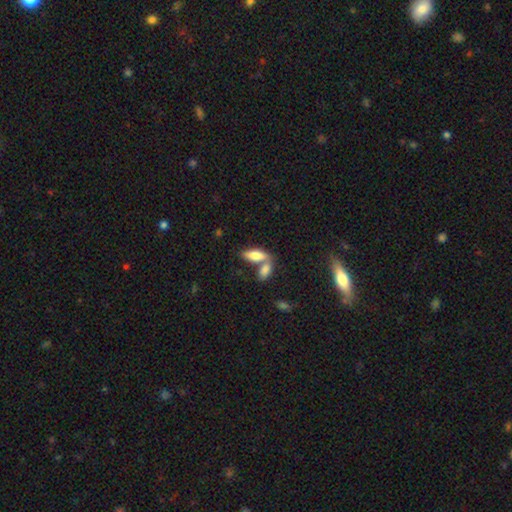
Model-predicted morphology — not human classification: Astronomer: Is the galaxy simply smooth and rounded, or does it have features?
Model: smooth — 79%.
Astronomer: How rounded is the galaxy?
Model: in between — 76%.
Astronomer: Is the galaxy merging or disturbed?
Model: merger — 53% (runner-up: none, 34%).